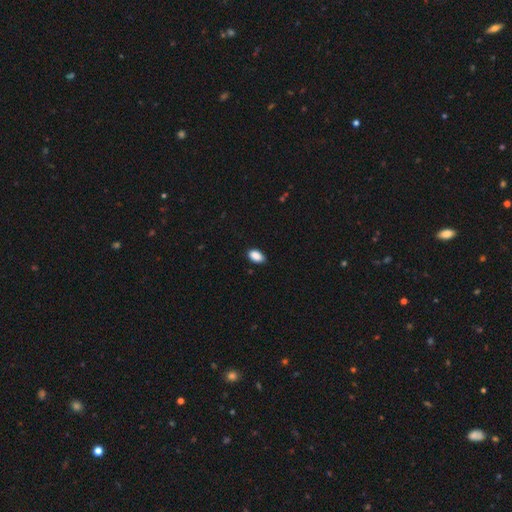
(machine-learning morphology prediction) This appears to be a smooth galaxy with no disk features (89%) that is in between round and cigar-shaped (92%). Merging: none (83%).